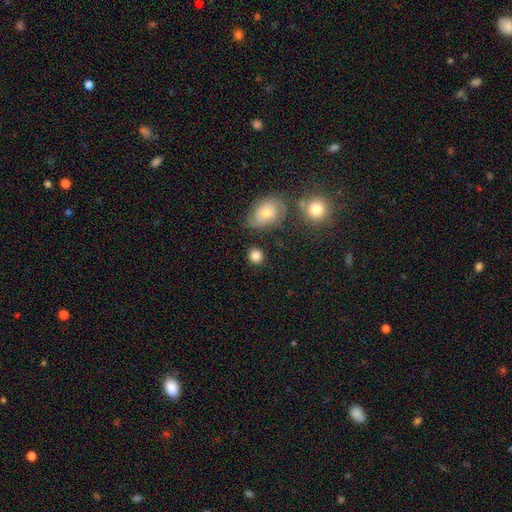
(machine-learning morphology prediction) Q: Smooth or featured?
A: smooth (83%); runner-up: star or artifact (9%)
Q: How rounded?
A: round (79%); runner-up: in between (20%)
Q: Merging?
A: none (81%); runner-up: minor disturbance (10%)